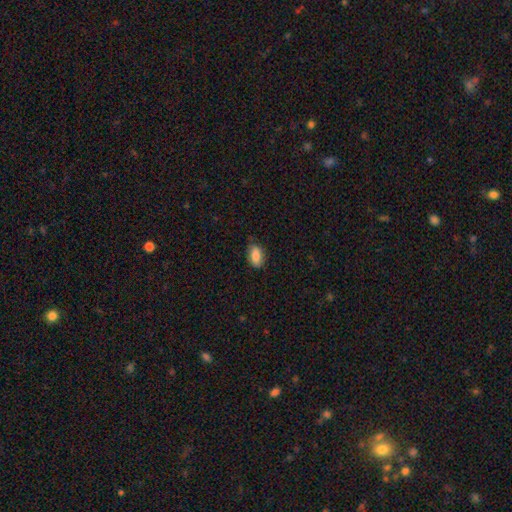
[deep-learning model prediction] smooth-or-featured: smooth: 84% | featured or disk: 9% | star or artifact: 7%
  how-rounded: in between: 90% | round: 6% | cigar-shaped: 4%
  merging: none: 78% | minor disturbance: 18% | major disturbance: 3% | merger: 1%